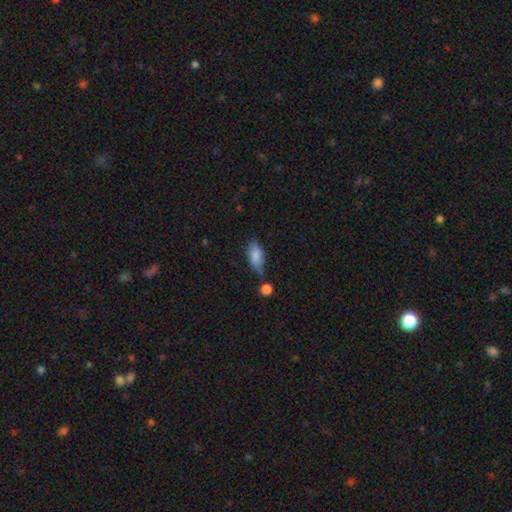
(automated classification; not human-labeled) Q: Smooth or featured?
A: smooth (81%); runner-up: featured or disk (11%)
Q: How rounded?
A: in between (87%); runner-up: cigar-shaped (10%)
Q: Merging?
A: none (49%); runner-up: minor disturbance (31%)